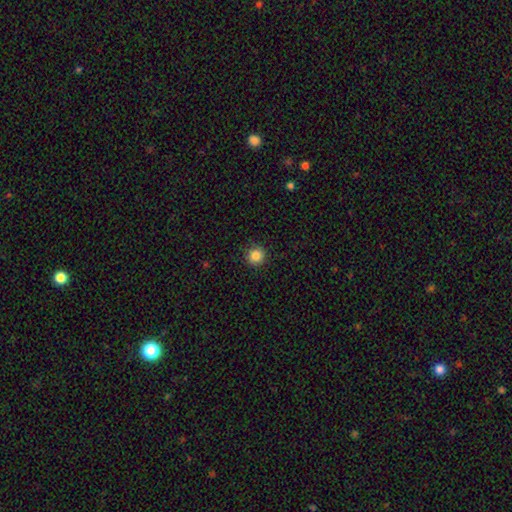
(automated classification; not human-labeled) Morphology: type=smooth (86%); roundness=round (94%); merging=none (91%).